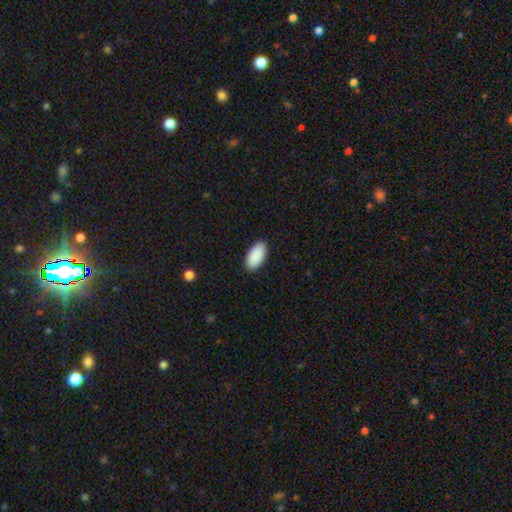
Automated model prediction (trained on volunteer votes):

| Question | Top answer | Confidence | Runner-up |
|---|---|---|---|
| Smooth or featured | smooth | 92% | star or artifact (6%) |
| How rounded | in between | 95% | cigar-shaped (3%) |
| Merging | none | 90% | minor disturbance (8%) |